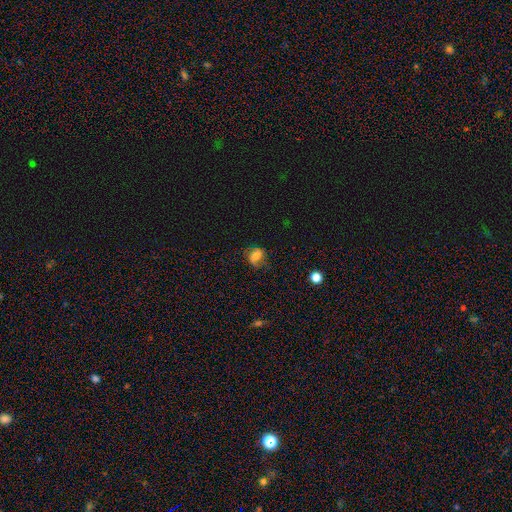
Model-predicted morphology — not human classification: The model was most divided on "smooth or featured": smooth: 55%, featured or disk: 32%, star or artifact: 13%. More confident: how rounded — in between (62%); merging — none (55%).